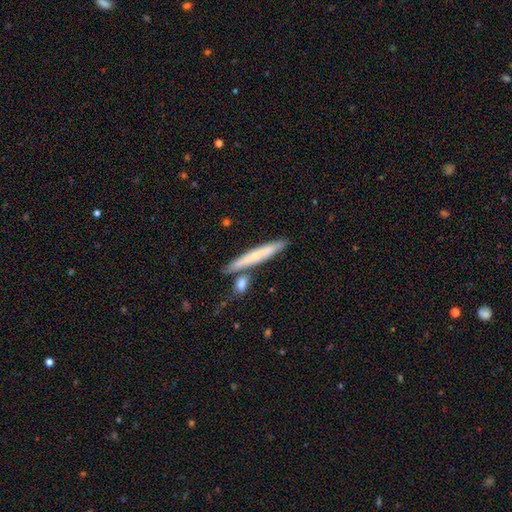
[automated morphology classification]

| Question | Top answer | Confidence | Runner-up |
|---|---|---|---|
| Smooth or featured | smooth | 54% | featured or disk (40%) |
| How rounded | cigar-shaped | 94% | in between (5%) |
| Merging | none | 76% | minor disturbance (12%) |